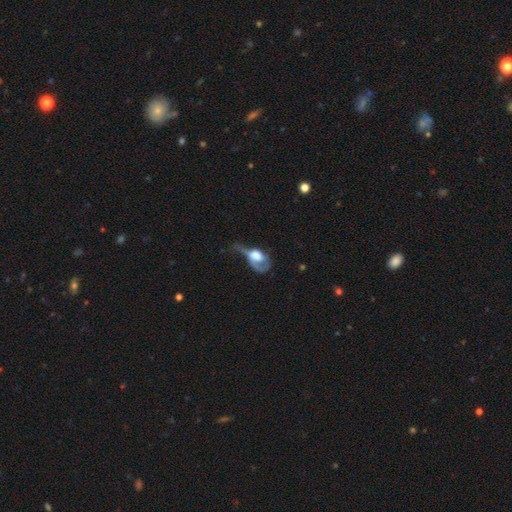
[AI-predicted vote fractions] Smooth or featured? Predicted: featured or disk (p=0.49). Merging? Predicted: major disturbance (p=0.61).